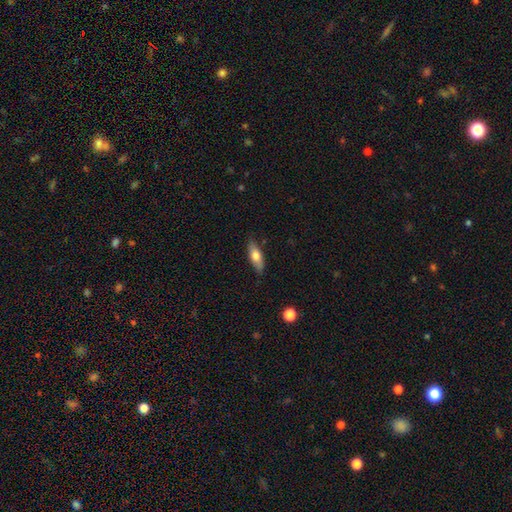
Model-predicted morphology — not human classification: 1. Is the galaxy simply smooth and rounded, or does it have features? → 67% smooth, 27% featured or disk, 6% star or artifact.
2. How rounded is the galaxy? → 63% in between, 34% cigar-shaped, 3% round.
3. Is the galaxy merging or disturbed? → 82% none, 14% minor disturbance, 2% major disturbance, 1% merger.